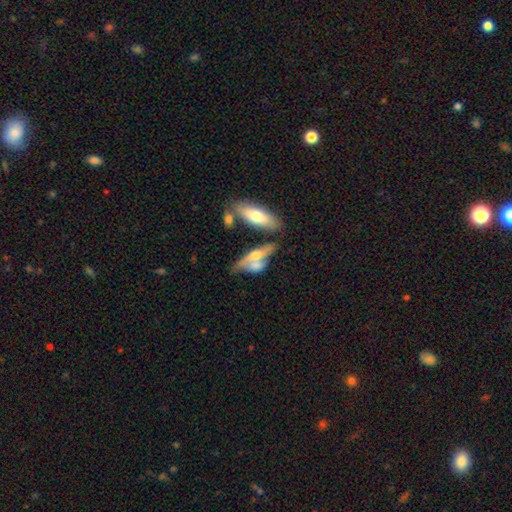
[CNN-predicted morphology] smooth_or_featured: smooth (p=0.46) [tied with: featured or disk p=0.46]
merging: merger (p=0.43) [alt: none p=0.29]